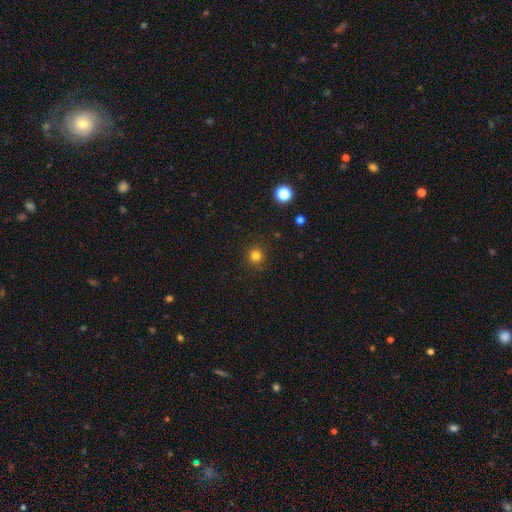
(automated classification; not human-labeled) A smooth galaxy with no disk features (80%) that is round (93%). Merging: none (90%).